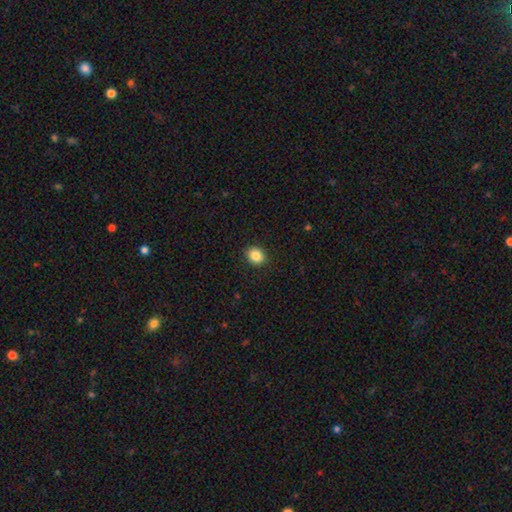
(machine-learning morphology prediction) Overall: smooth (86%). How rounded: round (59%; in between 40%). Merging: none (90%).